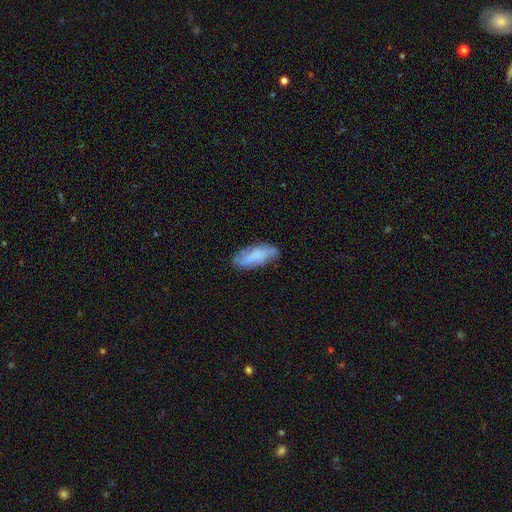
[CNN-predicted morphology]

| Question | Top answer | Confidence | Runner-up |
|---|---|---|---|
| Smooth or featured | smooth | 61% | featured or disk (31%) |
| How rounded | in between | 78% | cigar-shaped (20%) |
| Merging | none | 68% | minor disturbance (24%) |